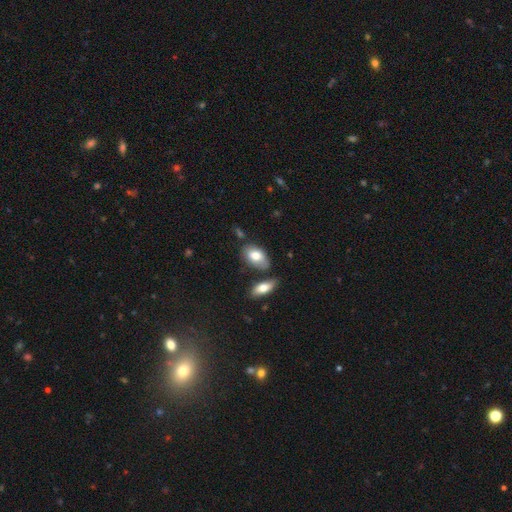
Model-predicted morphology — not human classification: smooth 76%, featured or disk 17%, star or artifact 6%. Down the decision tree: how rounded — in between (93%); merging — none (63%).